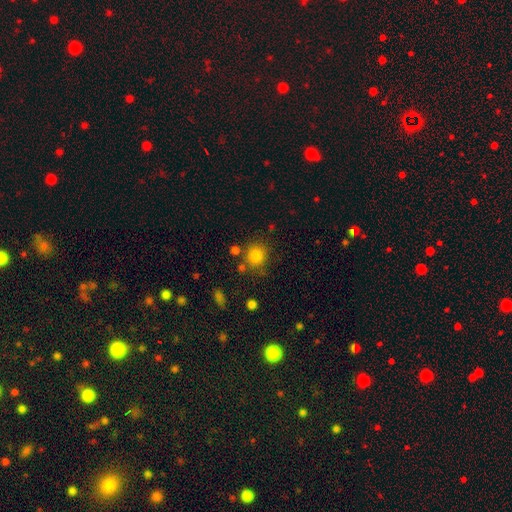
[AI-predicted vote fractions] Smooth or featured: smooth — 82% (star or artifact — 12%)
How rounded: round — 87% (in between — 12%)
Merging: none — 77% (minor disturbance — 11%)